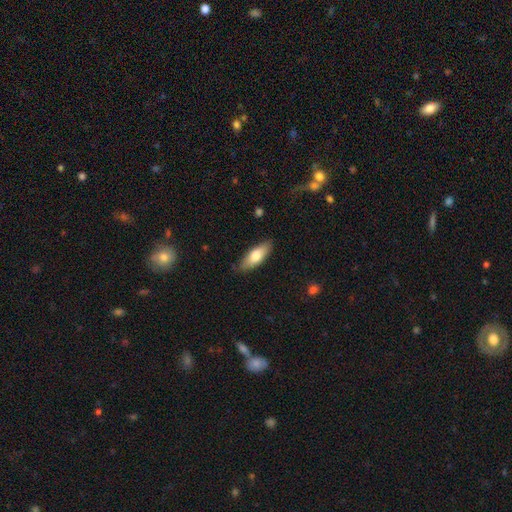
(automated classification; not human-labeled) The model was most divided on "how rounded": in between: 68%, cigar-shaped: 30%, round: 2%. More confident: merging — none (83%); smooth or featured — smooth (71%).